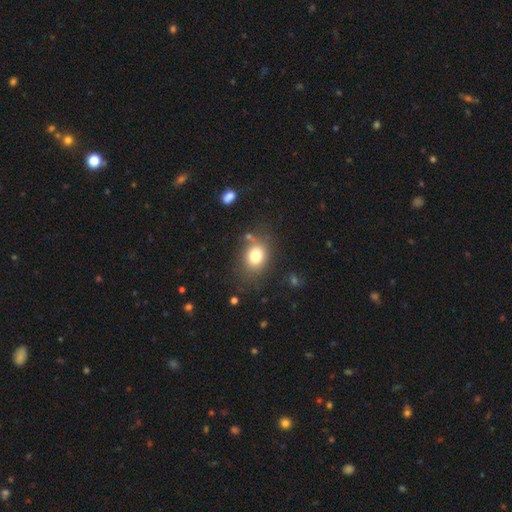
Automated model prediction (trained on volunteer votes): The model was most divided on "how rounded": in between: 51%, round: 48%, cigar-shaped: 1%. More confident: smooth or featured — smooth (78%); merging — none (73%).